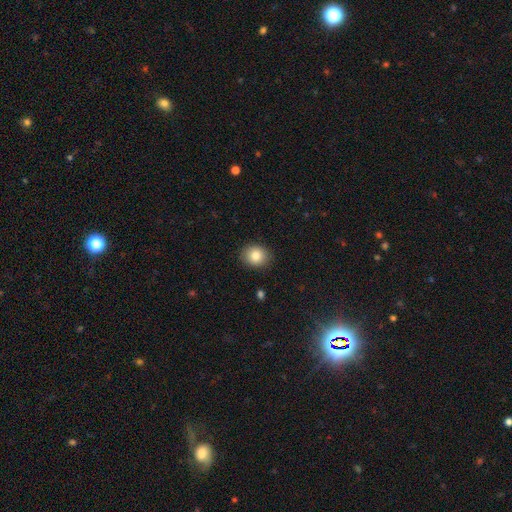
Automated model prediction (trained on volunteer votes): smooth 83%, star or artifact 10%, featured or disk 8%. Down the decision tree: how rounded — round (71%); merging — none (89%).